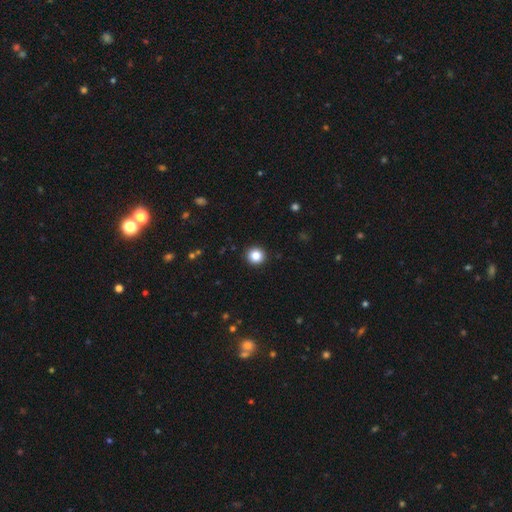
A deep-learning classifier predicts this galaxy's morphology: Smooth or featured? Predicted: smooth (p=0.85). How rounded? Predicted: round (p=0.94). Merging? Predicted: none (p=0.93).